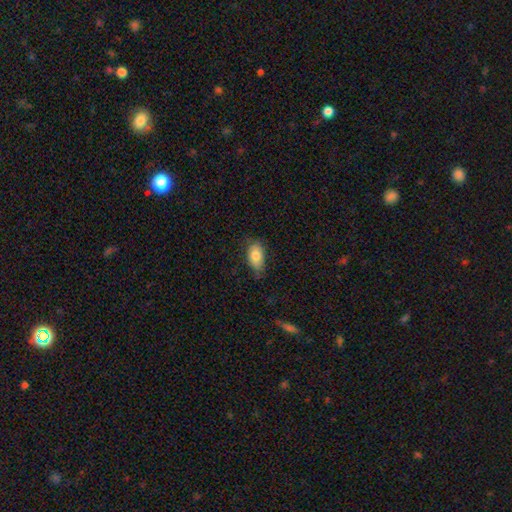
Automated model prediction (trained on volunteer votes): This appears to be a smooth galaxy with no disk features (79%) that is in between round and cigar-shaped (91%). Merging: none (65%).